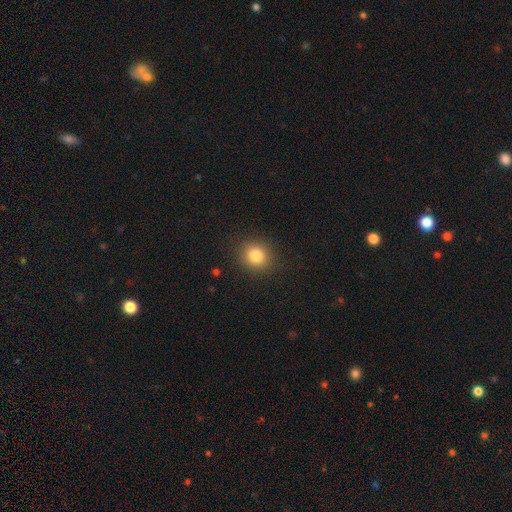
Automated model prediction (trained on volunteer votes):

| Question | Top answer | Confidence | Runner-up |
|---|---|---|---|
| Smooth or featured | smooth | 84% | star or artifact (11%) |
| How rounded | round | 82% | in between (18%) |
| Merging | none | 89% | minor disturbance (7%) |